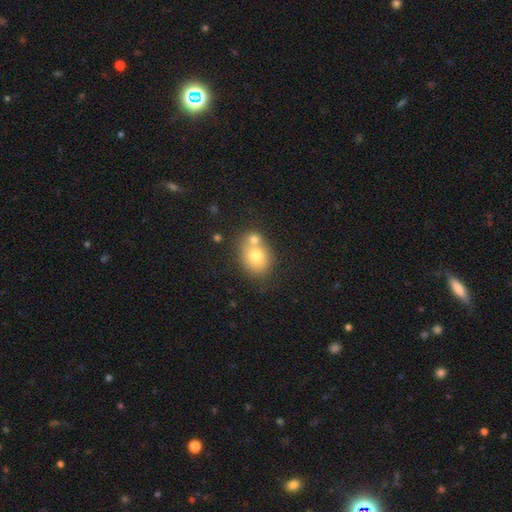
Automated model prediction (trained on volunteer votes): smooth 73%, featured or disk 17%, star or artifact 10%. Down the decision tree: how rounded — round (56%); merging — none (47%).